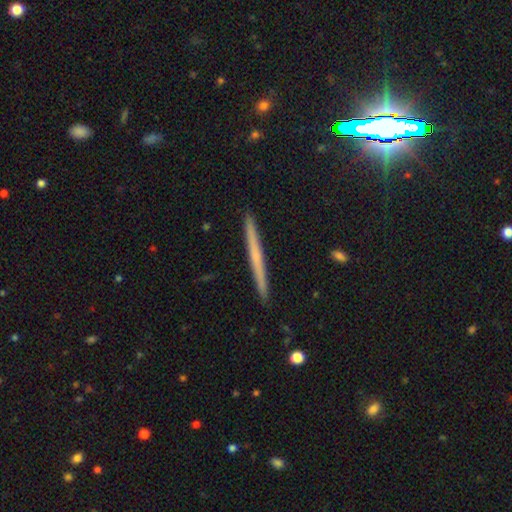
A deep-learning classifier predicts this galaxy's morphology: featured or disk 49%, smooth 42%, star or artifact 8%. Down the decision tree: merging — none (92%).